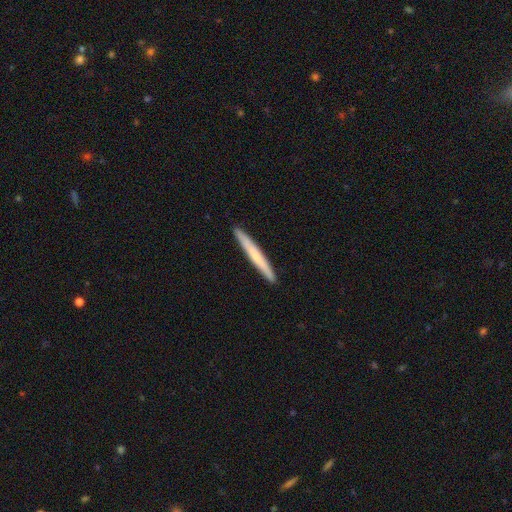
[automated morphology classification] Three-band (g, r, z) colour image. It shows a smooth galaxy with no disk features (59%) that is cigar-shaped (97%). Merging: none (92%).